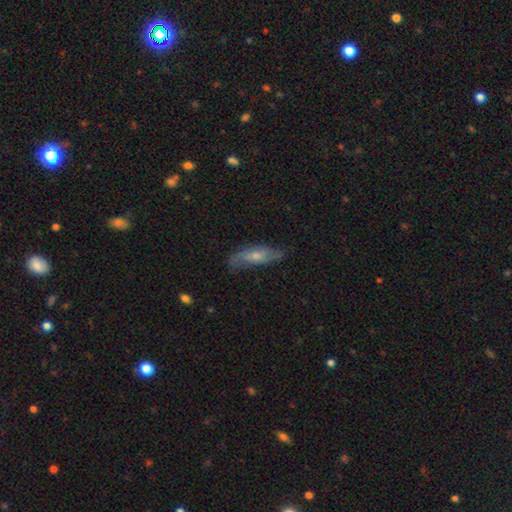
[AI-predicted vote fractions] Smooth or featured? featured or disk (51%)
Edge-on disk? no (69%)
Merging? none (70%)